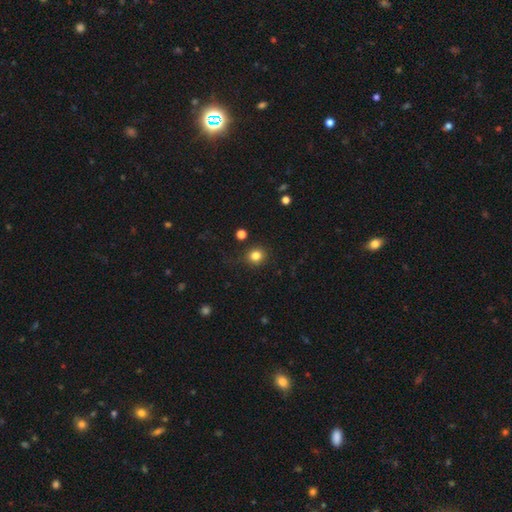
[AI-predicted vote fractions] Smooth or featured? Predicted: smooth (p=0.82). How rounded? Predicted: round (p=0.88). Merging? Predicted: none (p=0.87).